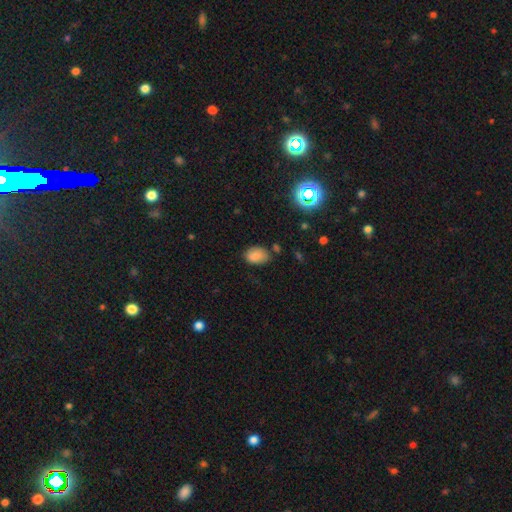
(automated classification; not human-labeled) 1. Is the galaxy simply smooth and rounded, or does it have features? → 81% smooth, 12% star or artifact, 7% featured or disk.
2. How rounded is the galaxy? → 82% in between, 17% round, 1% cigar-shaped.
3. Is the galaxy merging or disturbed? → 72% none, 21% minor disturbance, 4% major disturbance, 4% merger.